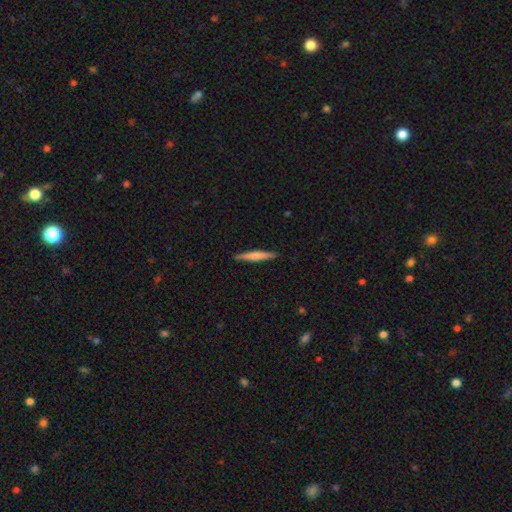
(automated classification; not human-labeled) smooth-or-featured: smooth: 55% | featured or disk: 40% | star or artifact: 5%
  how-rounded: cigar-shaped: 94% | in between: 4% | round: 1%
  merging: none: 90% | minor disturbance: 7% | major disturbance: 1% | merger: 1%